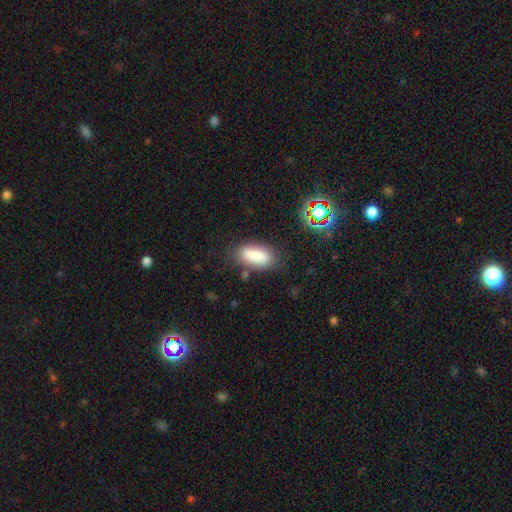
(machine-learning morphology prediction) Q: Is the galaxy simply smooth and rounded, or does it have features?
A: smooth — 82%.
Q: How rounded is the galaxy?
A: in between — 84%.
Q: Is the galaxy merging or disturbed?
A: none — 75%.